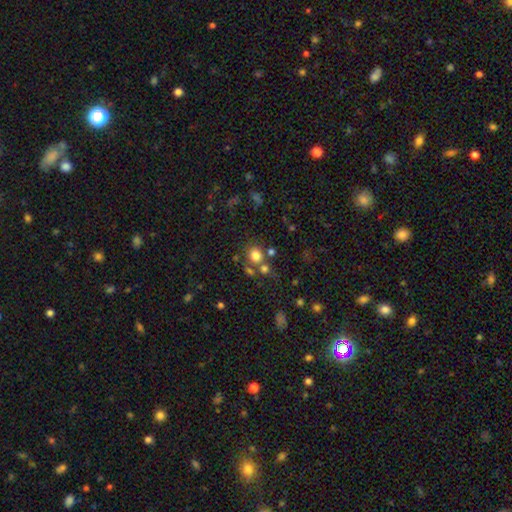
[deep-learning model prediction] Smooth or featured? Predicted: smooth (p=0.77). How rounded? Predicted: round (p=0.78). Merging? Predicted: none (p=0.64).